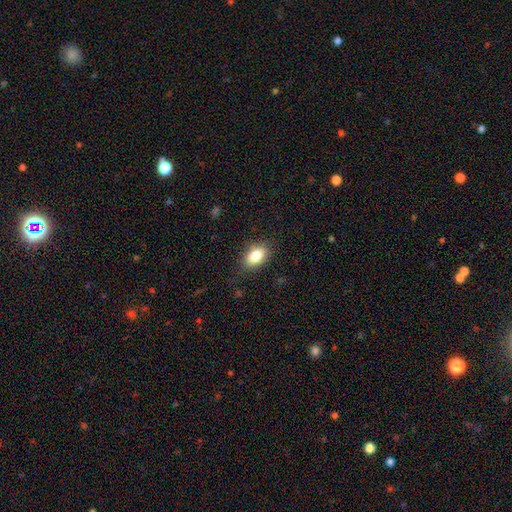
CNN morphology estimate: Smooth or featured? smooth (82%)
How rounded? in between (87%)
Merging? none (83%)